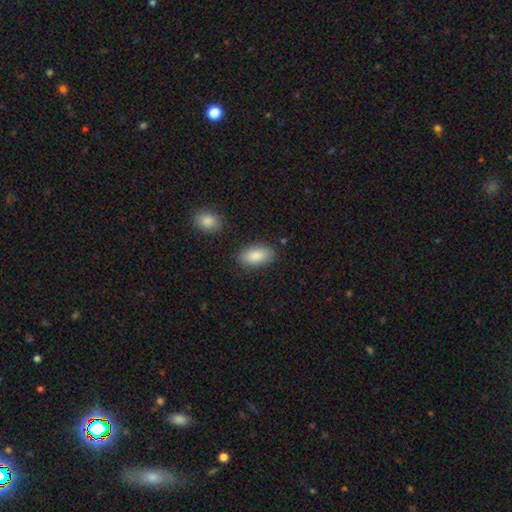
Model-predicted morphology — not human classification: Smooth or featured: smooth — 88% (star or artifact — 6%)
How rounded: in between — 93% (cigar-shaped — 4%)
Merging: none — 84% (minor disturbance — 11%)